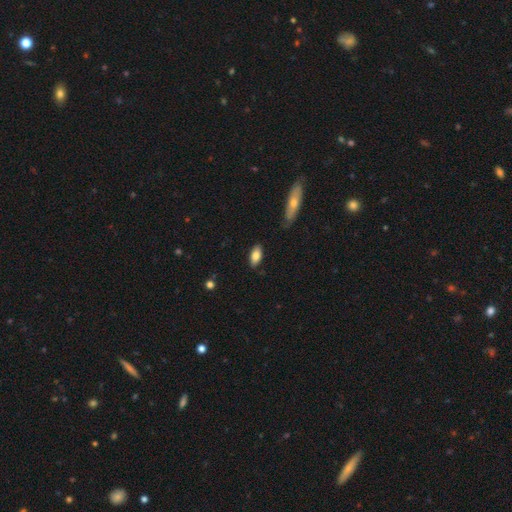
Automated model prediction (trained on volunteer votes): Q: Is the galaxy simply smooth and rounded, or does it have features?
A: smooth — 81%.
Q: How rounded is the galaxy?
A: in between — 89%.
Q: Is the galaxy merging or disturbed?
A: none — 84%.